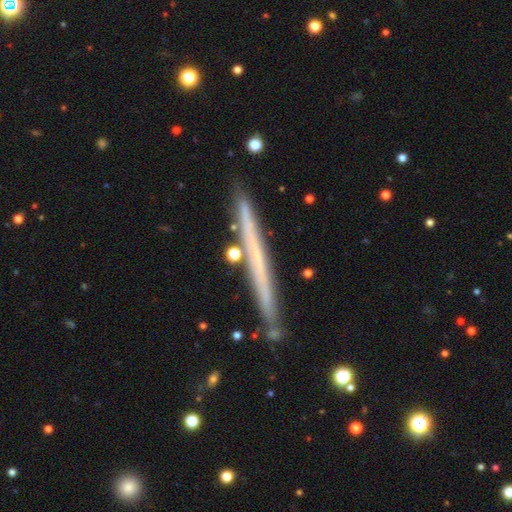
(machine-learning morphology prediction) The model was most divided on "smooth or featured": featured or disk: 57%, smooth: 37%, star or artifact: 6%. More confident: edge-on disk — yes (97%); edge-on bulge — none (90%); merging — none (87%).